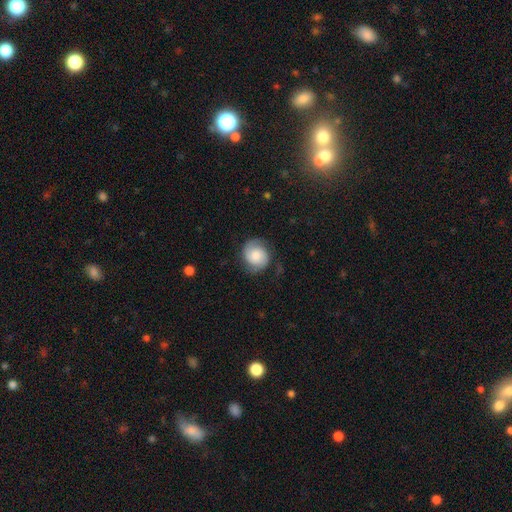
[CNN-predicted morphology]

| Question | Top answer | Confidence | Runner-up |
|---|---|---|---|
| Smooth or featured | featured or disk | 47% | smooth (45%) |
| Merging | none | 74% | minor disturbance (18%) |